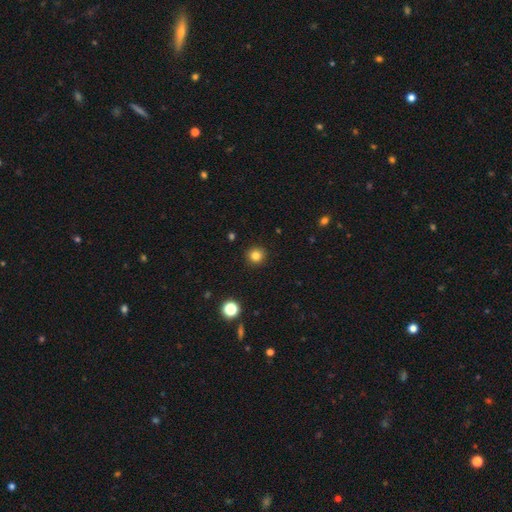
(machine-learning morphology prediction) Smooth or featured? Predicted: smooth (p=0.82). How rounded? Predicted: round (p=0.93). Merging? Predicted: none (p=0.92).